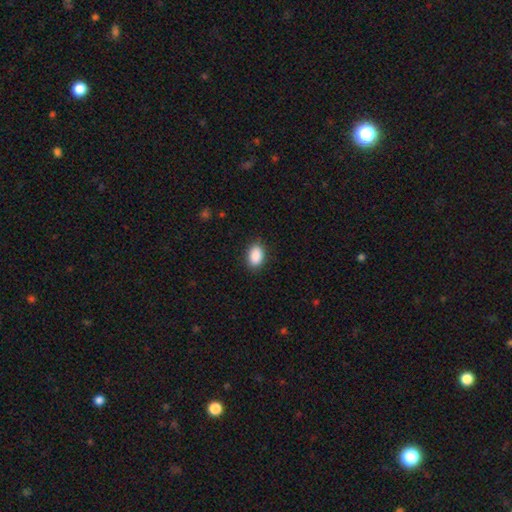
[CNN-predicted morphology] Smooth or featured: smooth — 90% (star or artifact — 7%)
How rounded: in between — 87% (round — 11%)
Merging: none — 88% (minor disturbance — 9%)